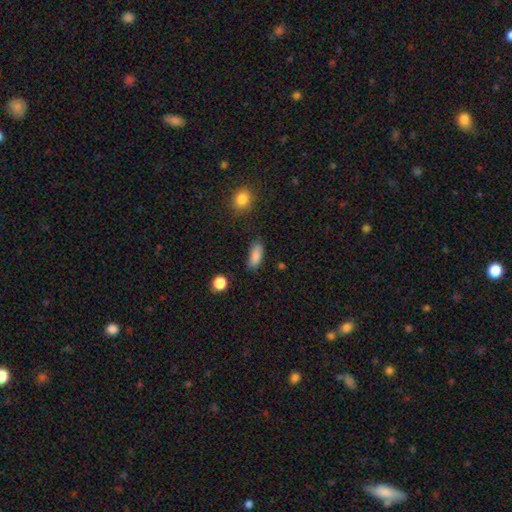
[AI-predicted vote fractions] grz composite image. It shows a smooth galaxy with no disk features (86%) that is in between round and cigar-shaped (80%). Merging: none (77%).